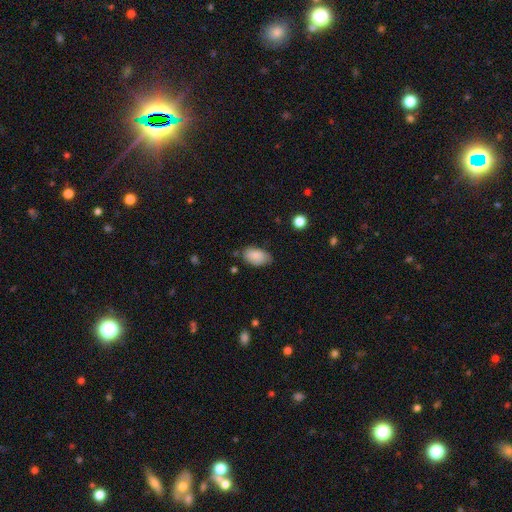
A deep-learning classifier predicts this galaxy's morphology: Q: Smooth or featured?
A: smooth (82%); runner-up: featured or disk (10%)
Q: How rounded?
A: in between (93%); runner-up: round (5%)
Q: Merging?
A: none (63%); runner-up: minor disturbance (30%)